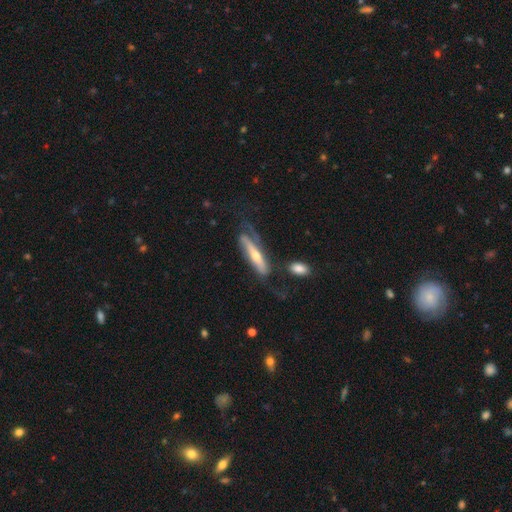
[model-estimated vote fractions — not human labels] featured or disk 67%, smooth 27%, star or artifact 7%. Down the decision tree: edge-on disk — yes (62%); merging — none (47%).